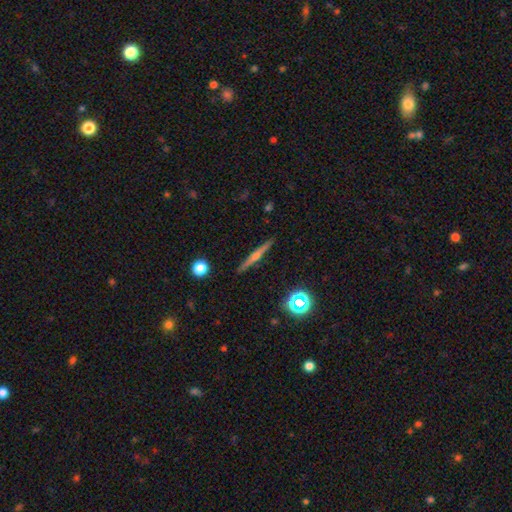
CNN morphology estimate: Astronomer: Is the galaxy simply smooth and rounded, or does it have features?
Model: featured or disk — 69%.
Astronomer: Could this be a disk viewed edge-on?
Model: yes — 98%.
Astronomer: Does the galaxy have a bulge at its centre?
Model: rounded — 82%.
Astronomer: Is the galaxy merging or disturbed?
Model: none — 92%.